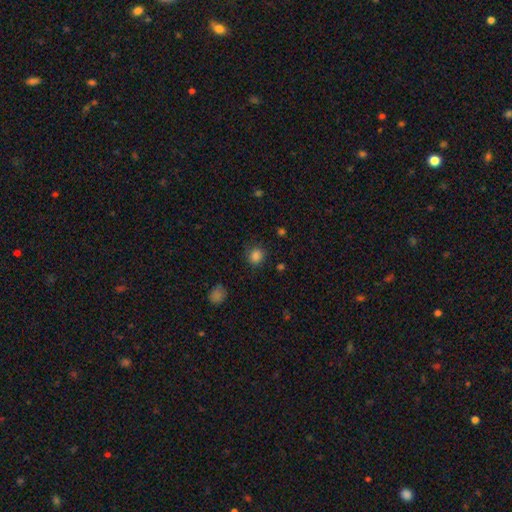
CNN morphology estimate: This is clearly a smooth galaxy (84%). How rounded: clearly round (82%). Merging: clearly none (82%).